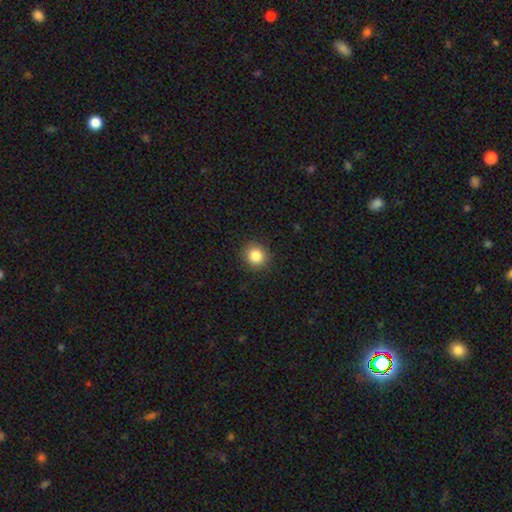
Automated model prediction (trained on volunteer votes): smooth-or-featured: smooth: 85% | star or artifact: 10% | featured or disk: 5%
  how-rounded: round: 88% | in between: 11% | cigar-shaped: 1%
  merging: none: 91% | minor disturbance: 6% | major disturbance: 2% | merger: 1%